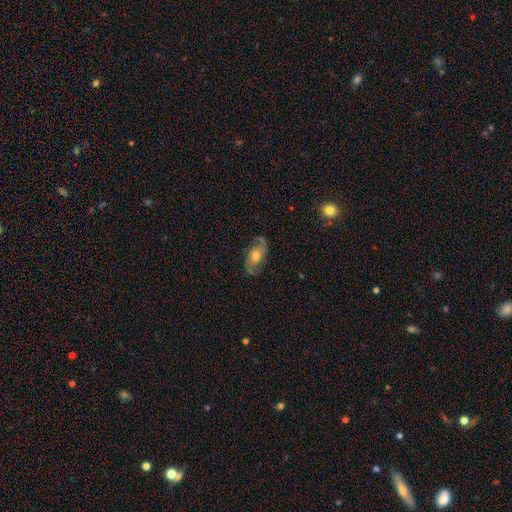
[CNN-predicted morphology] type=featured or disk (79%); edge-on=no (95%); bar=no (69%); spiral arms=yes (93%); winding=medium (46%); arm count=2 (91%); bulge=moderate (69%); merging=none (79%).